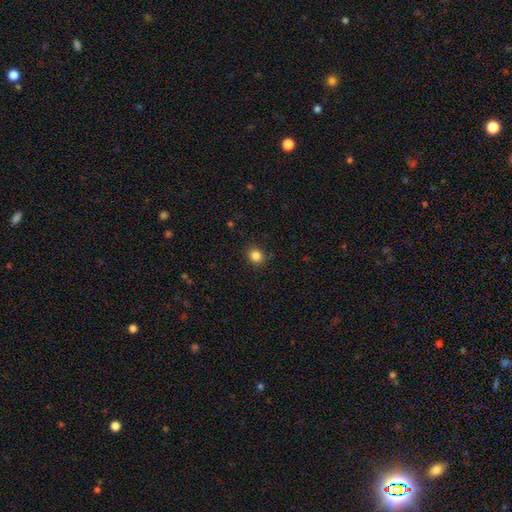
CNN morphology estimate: A smooth galaxy with no disk features (84%) that is round (82%). Merging: none (89%).